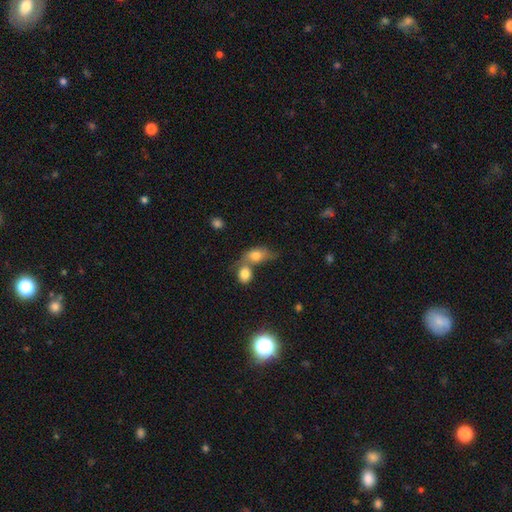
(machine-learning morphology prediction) The model was most divided on "merging": merger: 60%, none: 24%, minor disturbance: 10%, major disturbance: 6%. More confident: smooth or featured — smooth (77%); how rounded — in between (75%).